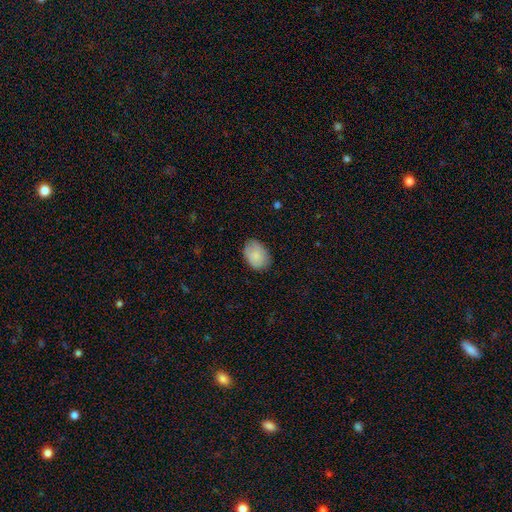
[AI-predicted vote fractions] Smooth or featured? Predicted: smooth (p=0.85). How rounded? Predicted: in between (p=0.79). Merging? Predicted: none (p=0.79).